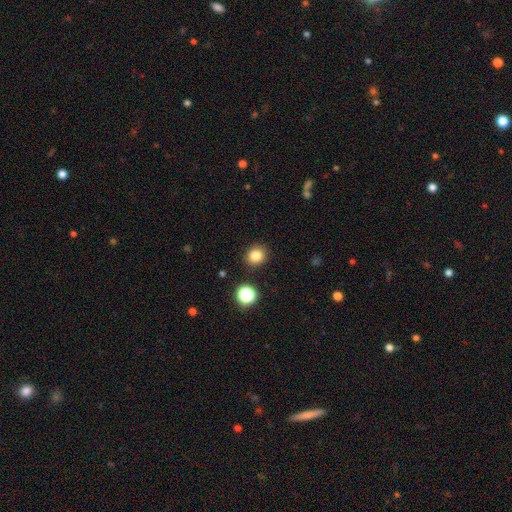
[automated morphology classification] smooth 81%, star or artifact 13%, featured or disk 6%. Down the decision tree: how rounded — round (83%); merging — none (89%).